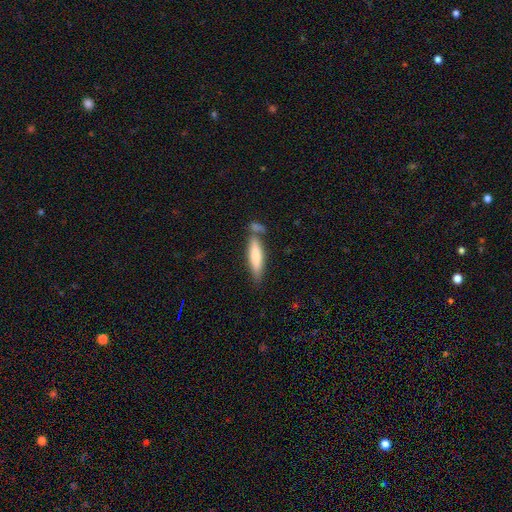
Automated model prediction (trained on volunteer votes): This appears to be a smooth galaxy with no disk features (75%) that is cigar-shaped (75%). Merging: none (60%).